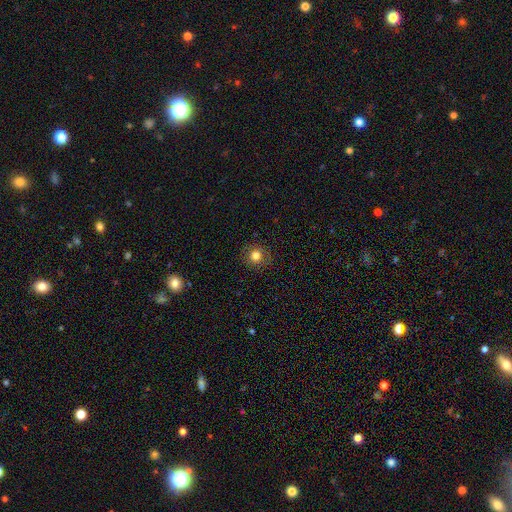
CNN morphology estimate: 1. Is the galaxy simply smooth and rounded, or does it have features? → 79% smooth, 12% star or artifact, 9% featured or disk.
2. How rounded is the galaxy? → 90% round, 9% in between, 1% cigar-shaped.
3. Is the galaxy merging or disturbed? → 88% none, 8% minor disturbance, 3% major disturbance, 1% merger.